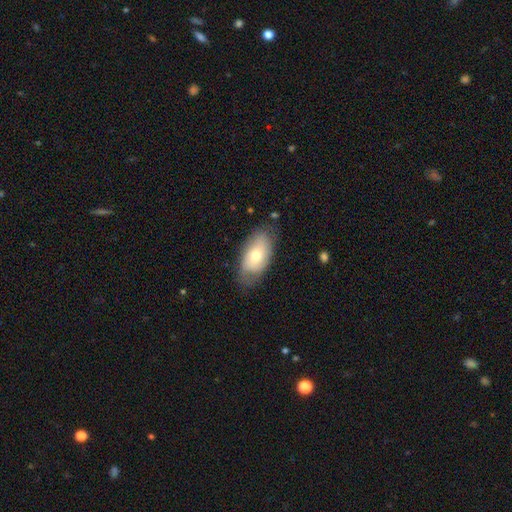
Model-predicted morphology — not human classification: Q: Smooth or featured?
A: smooth (60%); runner-up: featured or disk (34%)
Q: How rounded?
A: in between (92%); runner-up: round (5%)
Q: Merging?
A: none (69%); runner-up: minor disturbance (23%)